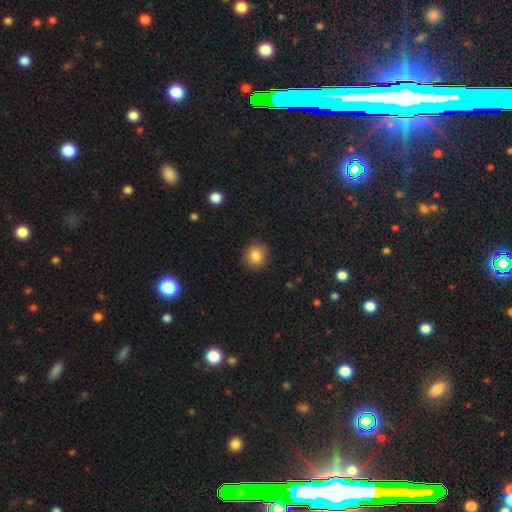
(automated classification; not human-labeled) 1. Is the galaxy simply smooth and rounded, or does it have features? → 84% smooth, 10% star or artifact, 6% featured or disk.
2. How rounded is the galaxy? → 89% round, 10% in between, 1% cigar-shaped.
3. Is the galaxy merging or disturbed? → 91% none, 6% minor disturbance, 2% major disturbance, 1% merger.